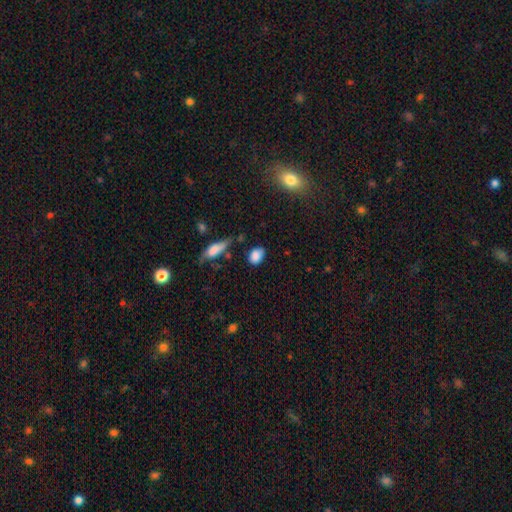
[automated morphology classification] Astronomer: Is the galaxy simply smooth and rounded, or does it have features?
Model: smooth — 85%.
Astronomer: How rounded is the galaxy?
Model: in between — 73%.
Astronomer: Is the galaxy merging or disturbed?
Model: none — 67%.